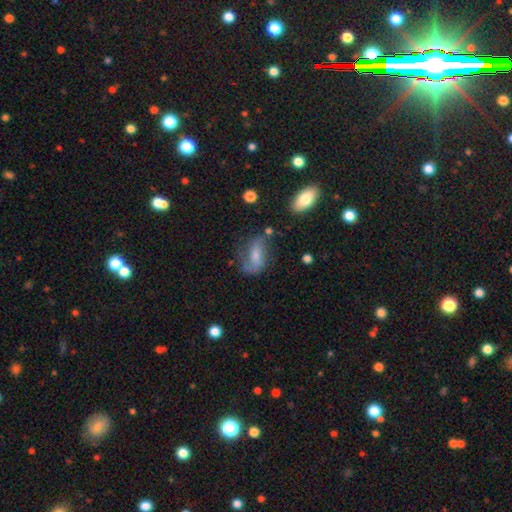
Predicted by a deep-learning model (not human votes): Morphology: type=smooth (48%); merging=none (48%).